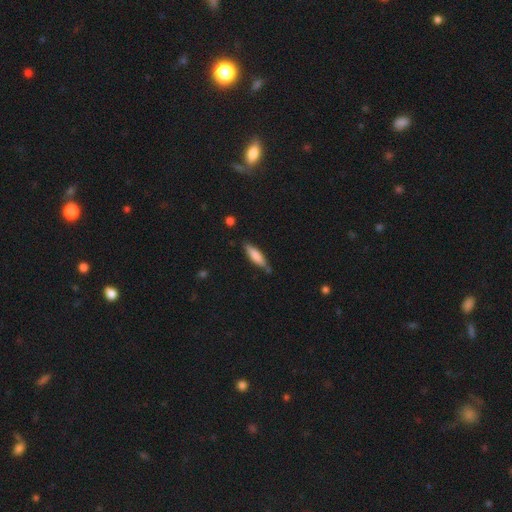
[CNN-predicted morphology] smooth 75%, featured or disk 19%, star or artifact 6%. Down the decision tree: how rounded — cigar-shaped (67%); merging — none (78%).